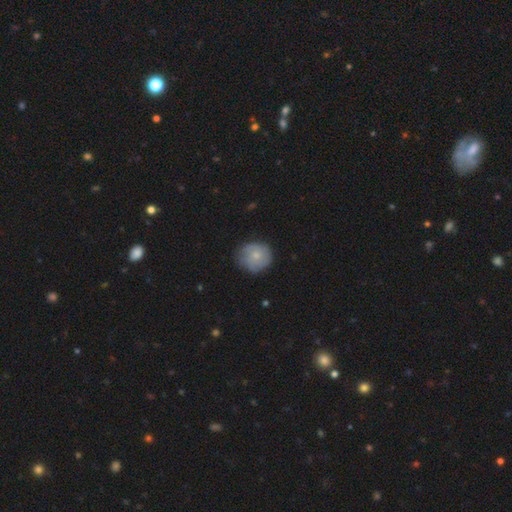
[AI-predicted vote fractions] Smooth or featured: smooth — 67% (featured or disk — 27%)
How rounded: round — 86% (in between — 13%)
Merging: none — 68% (minor disturbance — 25%)